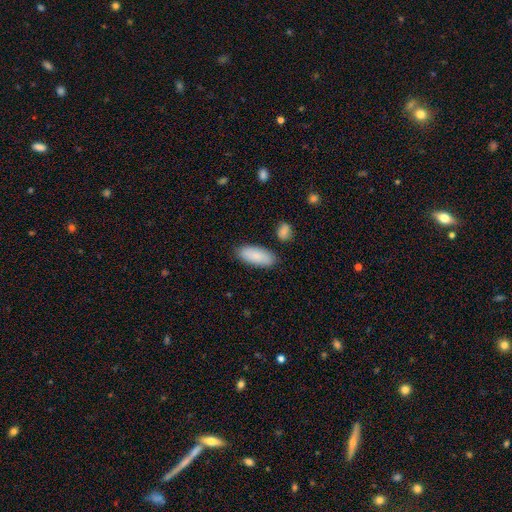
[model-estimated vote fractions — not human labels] Smooth or featured? Predicted: smooth (p=0.85). How rounded? Predicted: in between (p=0.85). Merging? Predicted: none (p=0.82).